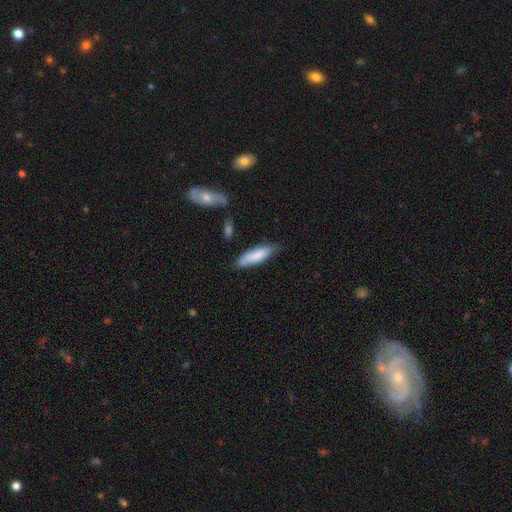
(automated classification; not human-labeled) This appears to be a smooth galaxy with no disk features (81%) that is cigar-shaped (60%). Merging: none (69%).